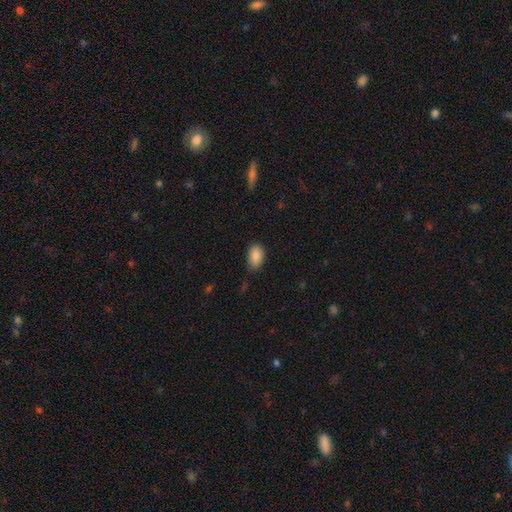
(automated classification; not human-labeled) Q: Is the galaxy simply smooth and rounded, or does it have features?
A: smooth — 86%.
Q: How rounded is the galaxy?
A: in between — 90%.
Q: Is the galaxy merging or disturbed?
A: none — 77%.